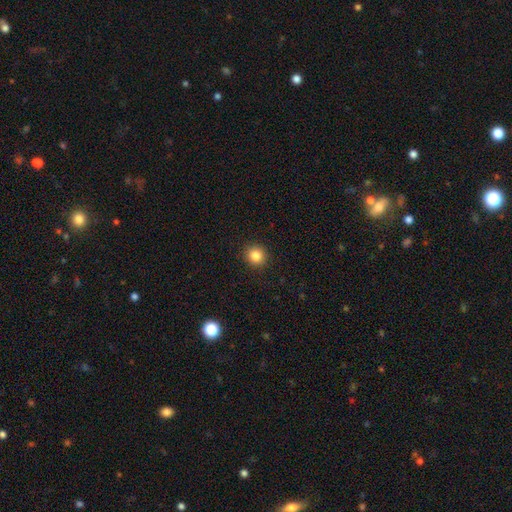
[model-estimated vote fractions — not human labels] Smooth or featured? smooth (85%)
How rounded? round (90%)
Merging? none (92%)